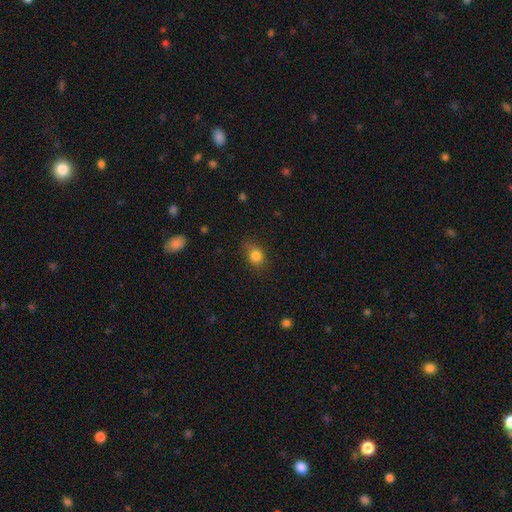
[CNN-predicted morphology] smooth-or-featured: smooth: 83% | star or artifact: 11% | featured or disk: 6%
  how-rounded: round: 60% | in between: 38% | cigar-shaped: 2%
  merging: none: 68% | minor disturbance: 24% | major disturbance: 6% | merger: 2%